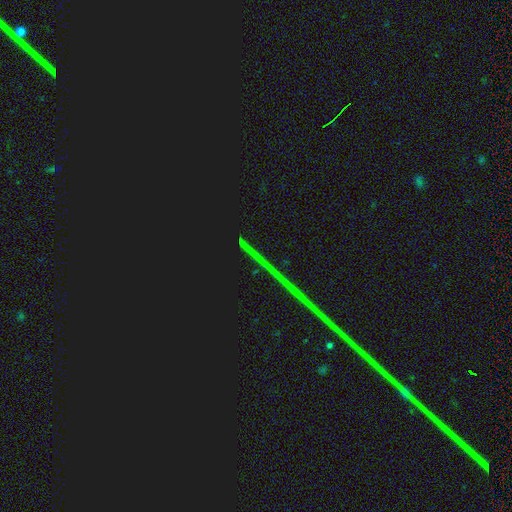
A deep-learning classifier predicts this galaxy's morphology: The model was most divided on "smooth or featured": star or artifact: 89%, featured or disk: 6%, smooth: 5%.